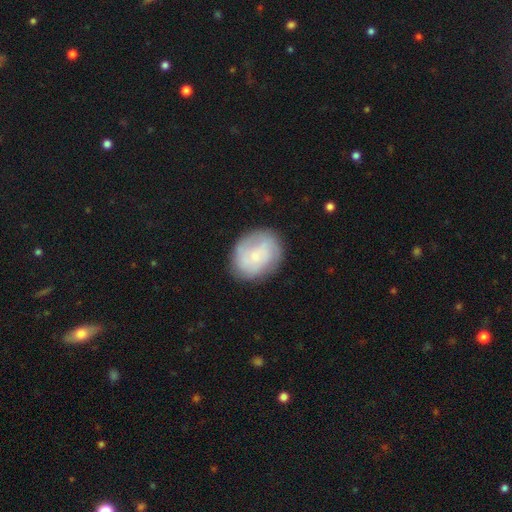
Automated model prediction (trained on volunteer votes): A smooth galaxy with no disk features (52%) that is round (54%).

Vote fractions:
- Smooth or featured? smooth: 52% / featured or disk: 40% / star or artifact: 8%
- How rounded? round: 54% / in between: 45% / cigar-shaped: 1%
- Merging? none: 74% / minor disturbance: 18% / major disturbance: 7% / merger: 2%